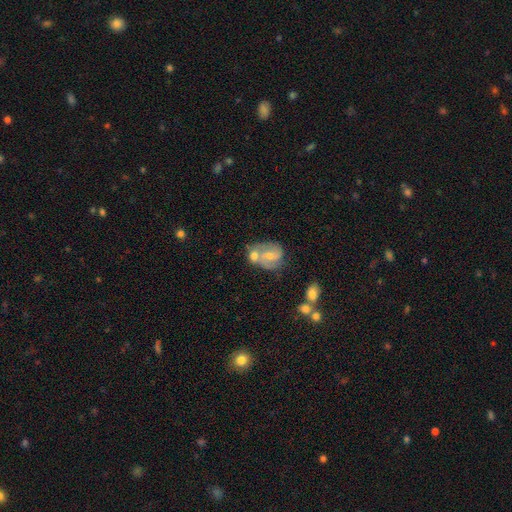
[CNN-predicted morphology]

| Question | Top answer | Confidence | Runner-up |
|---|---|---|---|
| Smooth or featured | featured or disk | 63% | smooth (27%) |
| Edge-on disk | no | 97% | yes (3%) |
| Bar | no | 44% | tied: weak (44%) |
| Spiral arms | yes | 81% | no (19%) |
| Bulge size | small | 50% | moderate (40%) |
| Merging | none | 41% | merger (35%) |